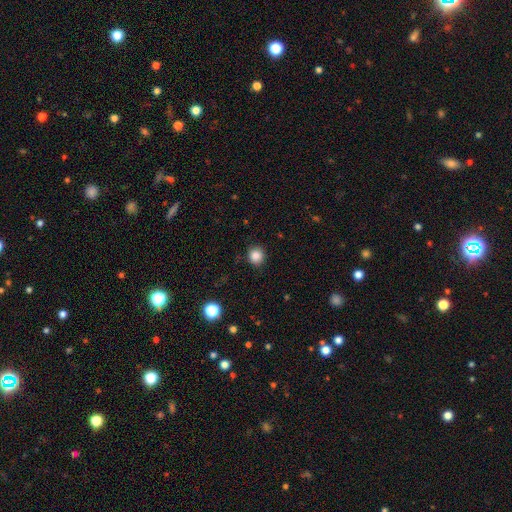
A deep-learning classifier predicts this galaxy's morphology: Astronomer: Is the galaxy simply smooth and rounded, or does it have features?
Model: smooth — 85%.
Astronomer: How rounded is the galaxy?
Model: round — 88%.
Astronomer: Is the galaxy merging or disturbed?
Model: none — 88%.